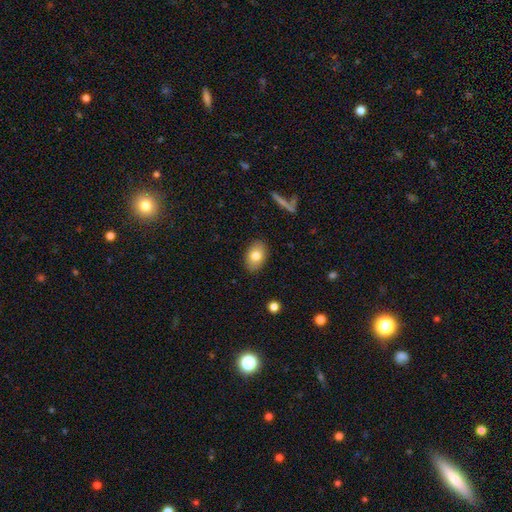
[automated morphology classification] This is likely a smooth galaxy (78%). How rounded: clearly in between (86%). Merging: clearly none (87%).